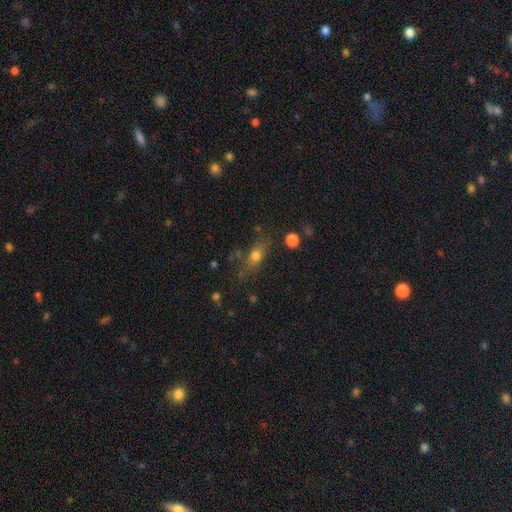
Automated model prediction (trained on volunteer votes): Q: Smooth or featured?
A: smooth (67%); runner-up: featured or disk (19%)
Q: How rounded?
A: in between (60%); runner-up: cigar-shaped (24%)
Q: Merging?
A: none (68%); runner-up: minor disturbance (18%)